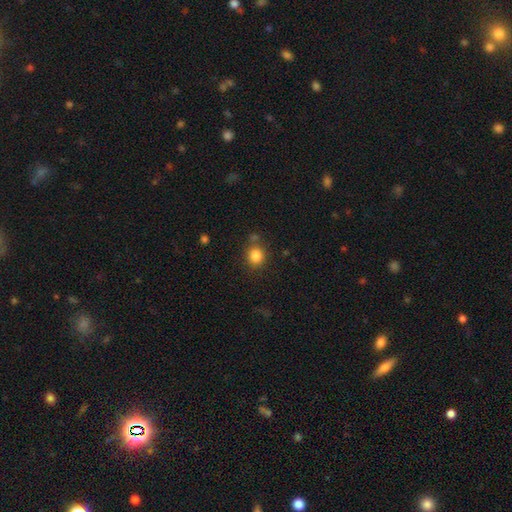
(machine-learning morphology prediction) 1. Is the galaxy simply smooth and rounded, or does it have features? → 84% smooth, 11% star or artifact, 5% featured or disk.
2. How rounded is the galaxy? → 85% round, 15% in between, 1% cigar-shaped.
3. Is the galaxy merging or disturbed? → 78% none, 11% minor disturbance, 7% merger, 4% major disturbance.